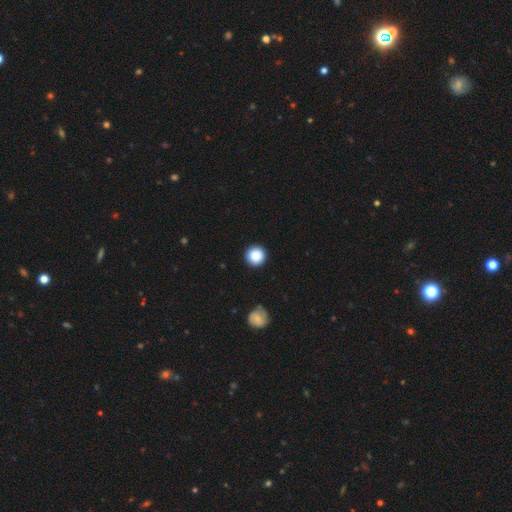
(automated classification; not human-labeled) Q: Smooth or featured?
A: smooth (87%); runner-up: star or artifact (9%)
Q: How rounded?
A: round (97%); runner-up: in between (2%)
Q: Merging?
A: none (92%); runner-up: minor disturbance (5%)